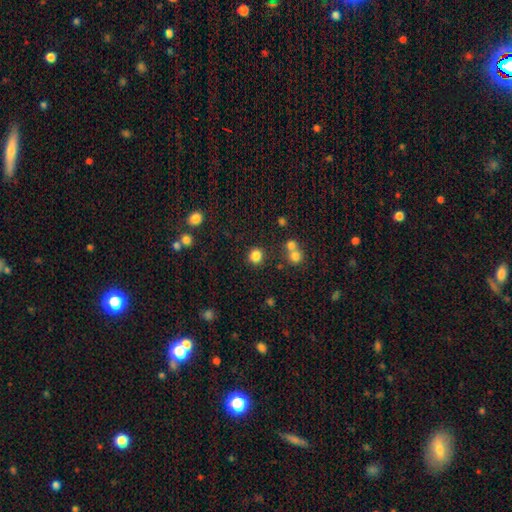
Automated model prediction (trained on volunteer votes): smooth_or_featured: smooth (p=0.82) [alt: star or artifact p=0.13]
how_rounded: round (p=0.89) [alt: in between p=0.10]
merging: none (p=0.81) [alt: merger p=0.08]